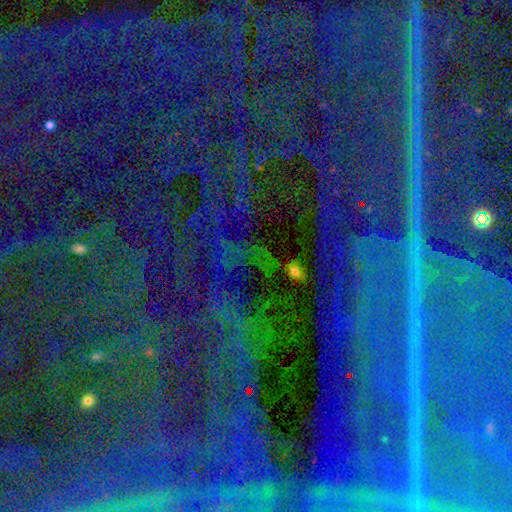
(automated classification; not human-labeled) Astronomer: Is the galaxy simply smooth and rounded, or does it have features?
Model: star or artifact — 77%.